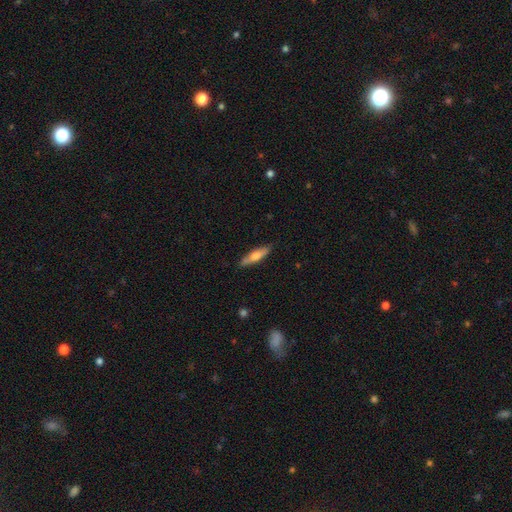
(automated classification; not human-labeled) Smooth or featured? smooth (57%)
How rounded? cigar-shaped (71%)
Merging? none (87%)